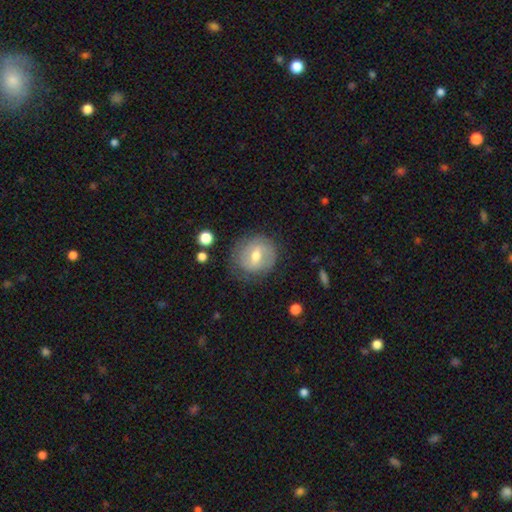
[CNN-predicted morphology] featured or disk 50%, smooth 42%, star or artifact 7%. Down the decision tree: edge-on disk — no (95%); merging — none (72%).